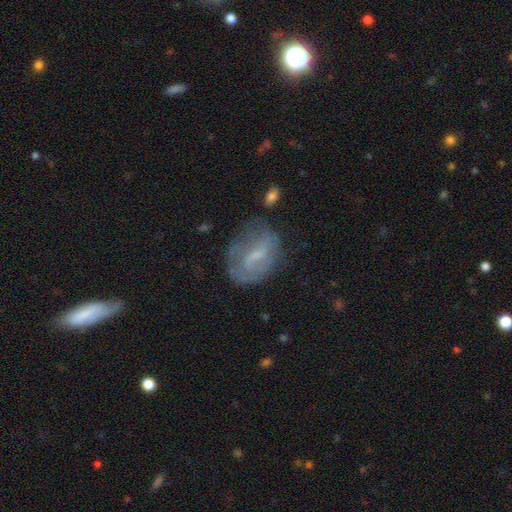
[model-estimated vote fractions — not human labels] A featured or disk galaxy (55%) with a weak bar (49%), spiral arms (56%) and a small central bulge (48%). Merging: none (53%).